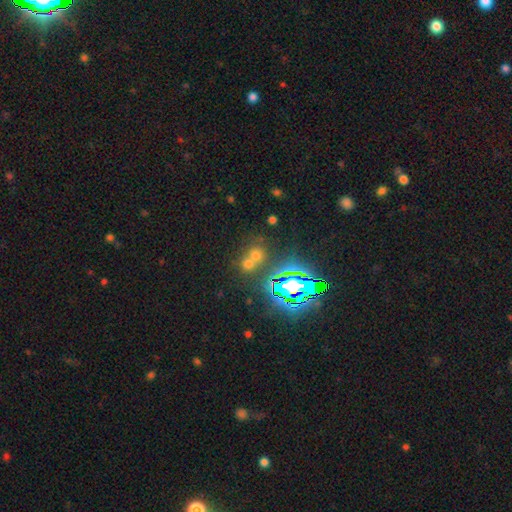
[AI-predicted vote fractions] smooth_or_featured: smooth (p=0.48) [alt: star or artifact p=0.41]
merging: merger (p=0.46) [alt: none p=0.44]